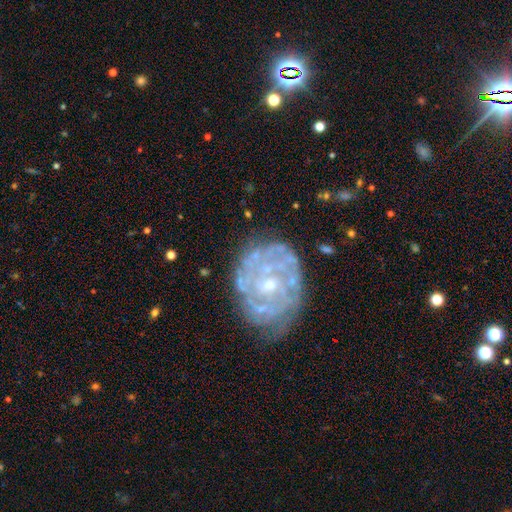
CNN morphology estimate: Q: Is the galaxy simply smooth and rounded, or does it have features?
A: featured or disk — 79%.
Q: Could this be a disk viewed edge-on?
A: no — 97%.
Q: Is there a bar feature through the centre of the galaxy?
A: no — 70%.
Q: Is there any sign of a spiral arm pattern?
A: yes — 69%.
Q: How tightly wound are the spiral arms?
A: tight — 67%.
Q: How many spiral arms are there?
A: can't tell — 54%.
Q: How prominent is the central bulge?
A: small — 47%.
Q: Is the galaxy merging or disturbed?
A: none — 65%.